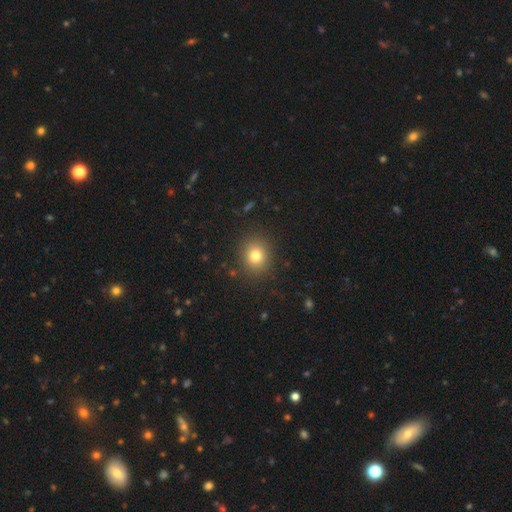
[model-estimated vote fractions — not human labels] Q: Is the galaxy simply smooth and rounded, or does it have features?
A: smooth — 78%.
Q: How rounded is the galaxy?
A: round — 78%.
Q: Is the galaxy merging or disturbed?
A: none — 88%.